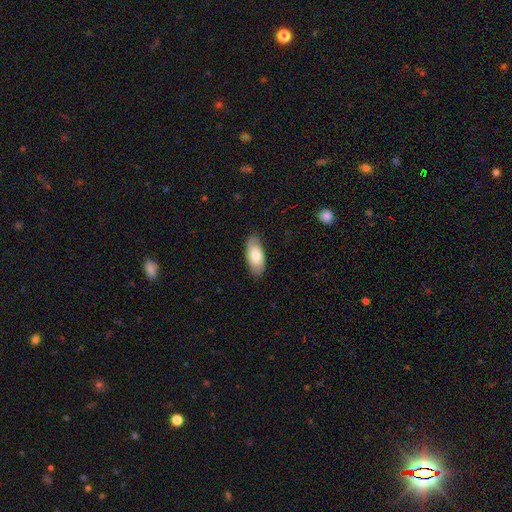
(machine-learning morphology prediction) Smooth or featured? Predicted: smooth (p=0.75). How rounded? Predicted: in between (p=0.91). Merging? Predicted: none (p=0.84).